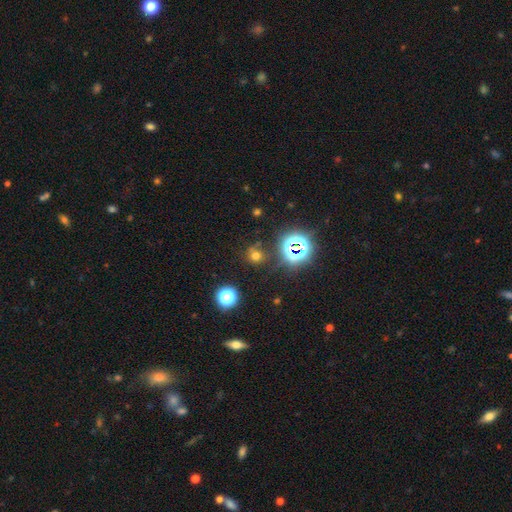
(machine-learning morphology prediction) Q: Smooth or featured?
A: smooth (58%); runner-up: star or artifact (34%)
Q: How rounded?
A: round (84%); runner-up: in between (15%)
Q: Merging?
A: none (74%); runner-up: minor disturbance (14%)